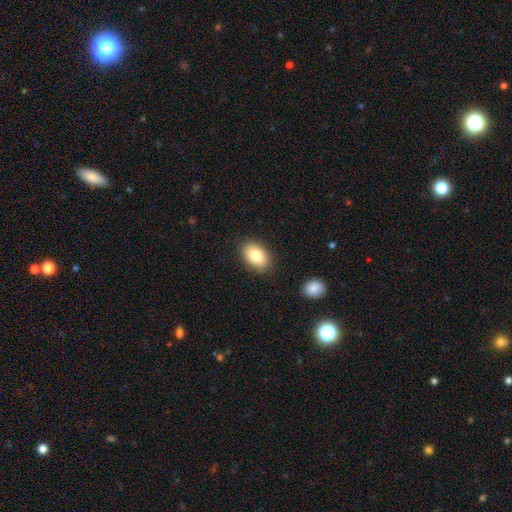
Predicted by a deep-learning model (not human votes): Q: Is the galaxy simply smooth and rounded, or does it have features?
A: smooth — 80%.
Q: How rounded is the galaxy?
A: in between — 85%.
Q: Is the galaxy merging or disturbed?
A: none — 86%.